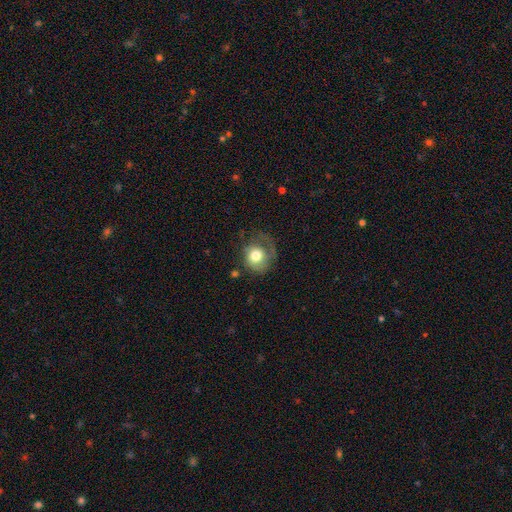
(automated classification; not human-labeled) Overall: smooth (66%; featured or disk 26%). How rounded: round (75%). Merging: none (40%; major disturbance 30%).